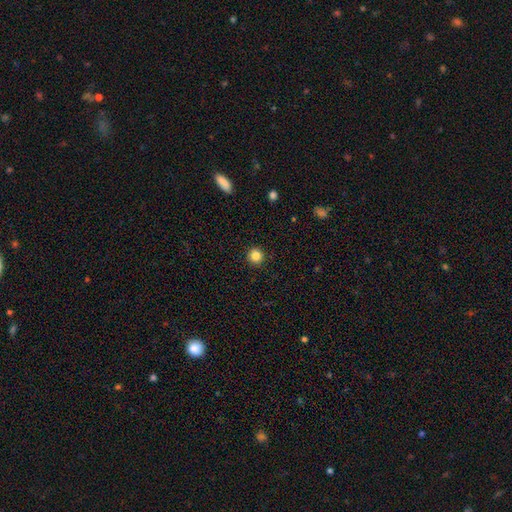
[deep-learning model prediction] A smooth galaxy with no disk features (85%) that is round (95%).

Vote fractions:
- Smooth or featured? smooth: 85% / star or artifact: 11% / featured or disk: 4%
- How rounded? round: 95% / in between: 4% / cigar-shaped: 1%
- Merging? none: 93% / minor disturbance: 5% / major disturbance: 2% / merger: 1%